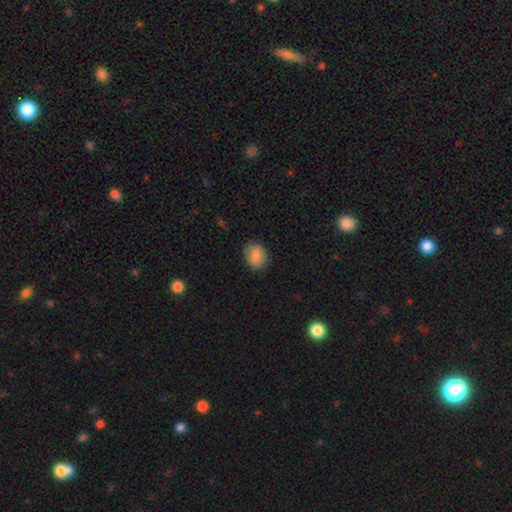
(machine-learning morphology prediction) Smooth or featured? smooth (86%)
How rounded? in between (55%)
Merging? none (81%)